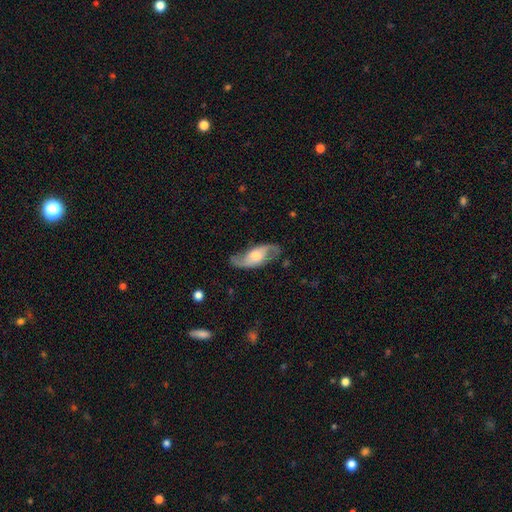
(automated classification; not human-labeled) Morphology: type=featured or disk (79%); edge-on=no (92%); bar=no (52%); spiral arms=yes (92%); winding=loose (47%); arm count=2 (90%); bulge=moderate (55%); merging=none (76%).